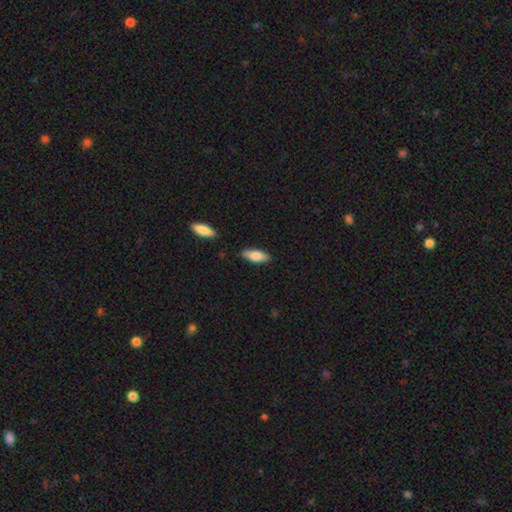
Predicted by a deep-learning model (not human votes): This is likely a smooth galaxy (77%). How rounded: likely in between (72%). Merging: clearly none (84%).